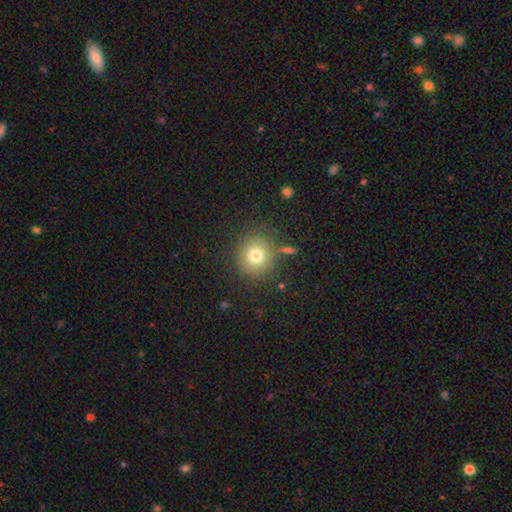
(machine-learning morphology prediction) Q: Smooth or featured?
A: smooth (77%); runner-up: star or artifact (13%)
Q: How rounded?
A: round (90%); runner-up: in between (9%)
Q: Merging?
A: none (84%); runner-up: minor disturbance (9%)